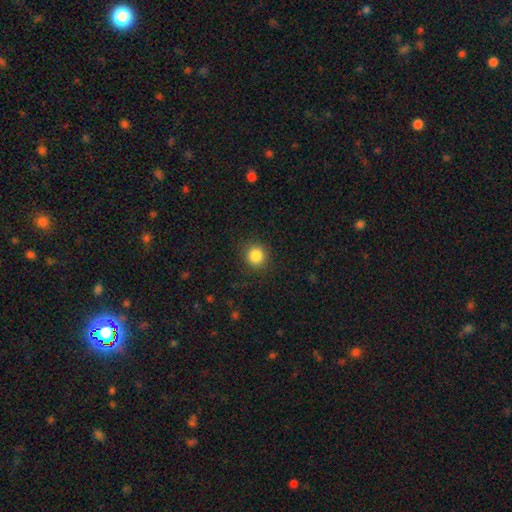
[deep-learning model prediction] A smooth galaxy with no disk features (85%) that is round (92%). Merging: none (90%).